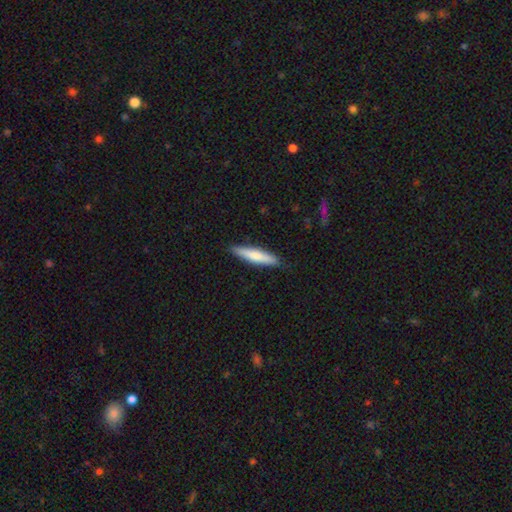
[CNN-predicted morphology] The model was most divided on "smooth or featured": smooth: 71%, featured or disk: 24%, star or artifact: 5%. More confident: merging — none (88%); how rounded — cigar-shaped (86%).